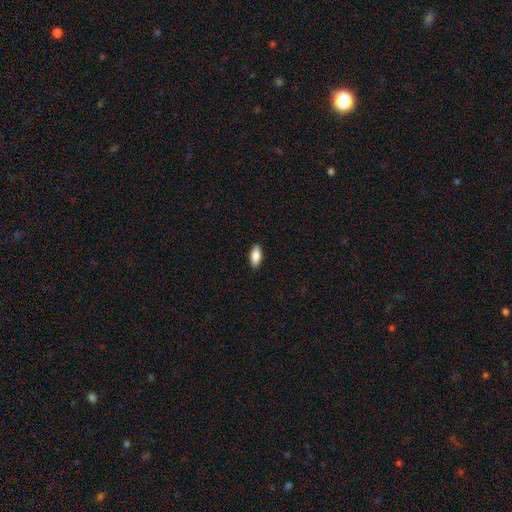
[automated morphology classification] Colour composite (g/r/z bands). It shows a smooth galaxy with no disk features (85%) that is in between round and cigar-shaped (83%). Merging: none (89%).